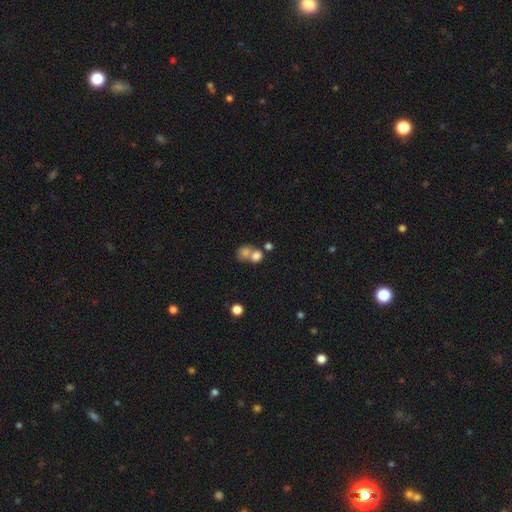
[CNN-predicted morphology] A smooth galaxy with no disk features (62%) that is round (71%).

Vote fractions:
- Smooth or featured? smooth: 62% / star or artifact: 21% / featured or disk: 16%
- How rounded? round: 71% / in between: 27% / cigar-shaped: 2%
- Merging? merger: 46% / none: 40% / minor disturbance: 8% / major disturbance: 6%